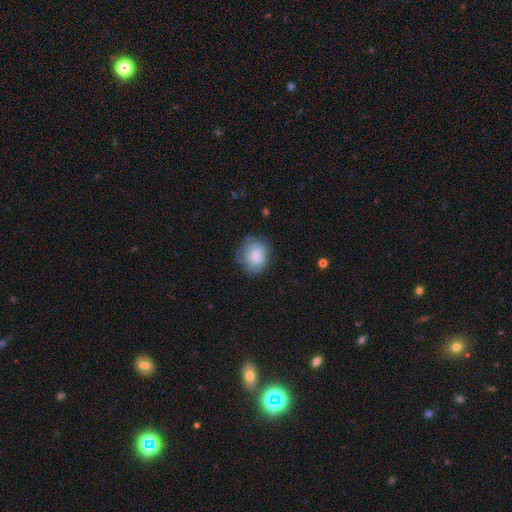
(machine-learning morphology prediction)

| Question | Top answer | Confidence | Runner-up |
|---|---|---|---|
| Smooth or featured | smooth | 75% | featured or disk (17%) |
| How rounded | round | 68% | in between (31%) |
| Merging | none | 66% | minor disturbance (24%) |